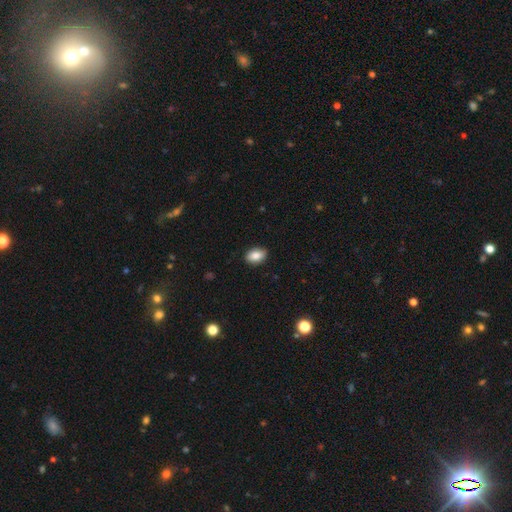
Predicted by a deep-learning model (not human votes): smooth 86%, star or artifact 7%, featured or disk 7%. Down the decision tree: how rounded — in between (85%); merging — none (88%).